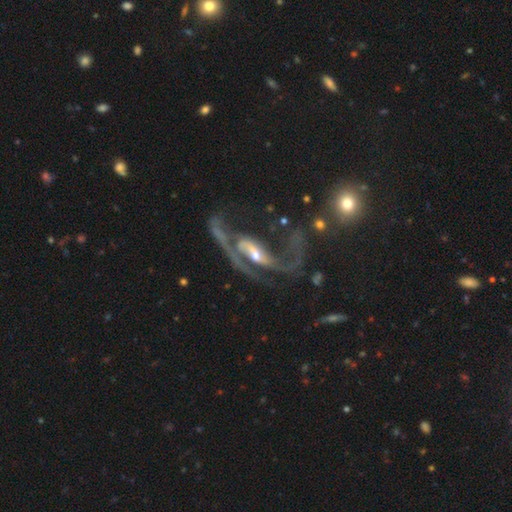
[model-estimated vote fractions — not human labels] A featured or disk galaxy (85%) with a strong bar (34%, tied with weak), 2 (67%) loose (45%) spiral arms (85%) and a small central bulge (50%).

Vote fractions:
- Smooth or featured? featured or disk: 85% / star or artifact: 8% / smooth: 8%
- Edge-on disk? no: 87% / yes: 13%
- Bar? strong: 34% (tied) / weak: 34% (tied) / no: 32%
- Spiral arms? yes: 85% / no: 15%
- Spiral winding? loose: 45% / medium: 39% / tight: 16%
- Spiral arm count? 2: 67% / 1: 18% / can't tell: 9% / 3: 3% / 4: 2% / more than 4: 2%
- Bulge size? small: 50% / moderate: 41% / large: 4% / none: 4% / dominant: 2%
- Merging? major disturbance: 45% / none: 31% / minor disturbance: 15% / merger: 9%